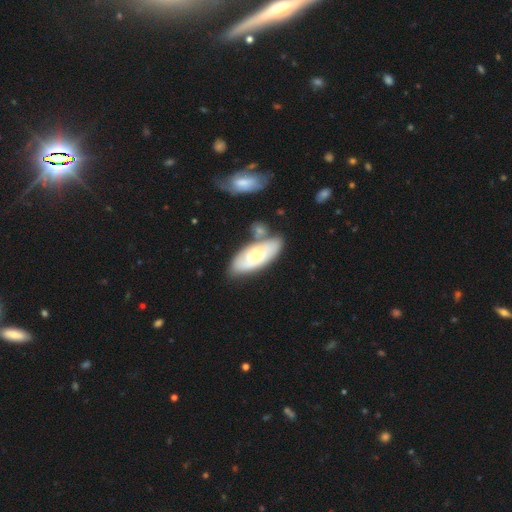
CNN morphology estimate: Smooth or featured?
  - featured or disk: 52% *
  - smooth: 43%
  - star or artifact: 5%
Edge-on disk?
  - no: 83% *
  - yes: 17%
Merging?
  - none: 62% *
  - minor disturbance: 17%
  - merger: 16%
  - major disturbance: 5%